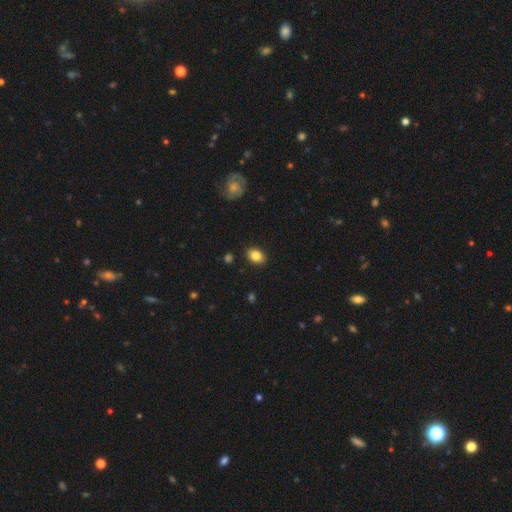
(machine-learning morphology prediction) smooth 84%, star or artifact 9%, featured or disk 7%. Down the decision tree: how rounded — in between (79%); merging — none (88%).